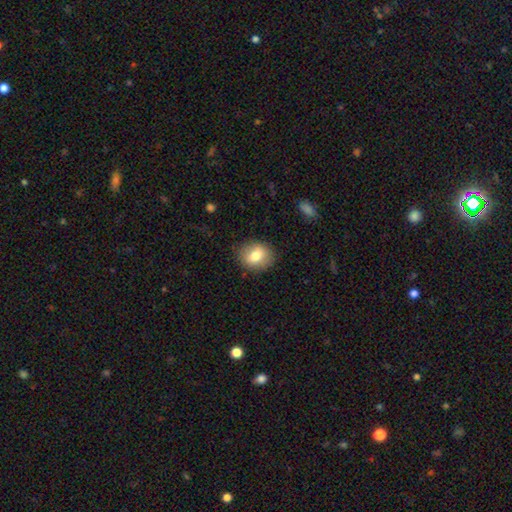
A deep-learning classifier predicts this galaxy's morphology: Q: Smooth or featured?
A: smooth (75%); runner-up: featured or disk (16%)
Q: How rounded?
A: round (55%); runner-up: in between (44%)
Q: Merging?
A: none (87%); runner-up: minor disturbance (10%)